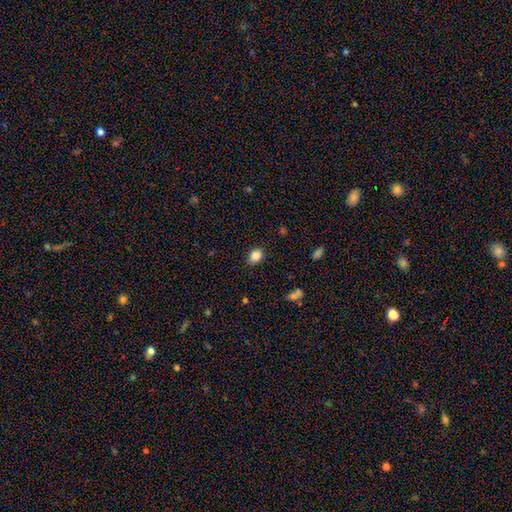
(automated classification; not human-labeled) This is clearly a smooth galaxy (85%). How rounded: possibly round (52%). Merging: clearly none (87%).